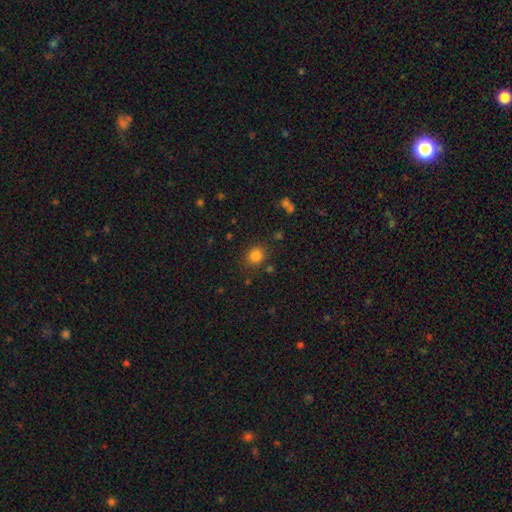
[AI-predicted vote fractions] smooth-or-featured: smooth: 82% | star or artifact: 13% | featured or disk: 5%
  how-rounded: round: 80% | in between: 19% | cigar-shaped: 1%
  merging: none: 84% | minor disturbance: 9% | major disturbance: 3% | merger: 3%